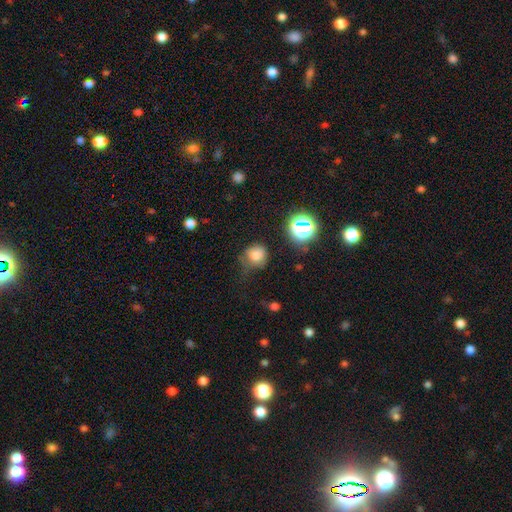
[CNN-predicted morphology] type=smooth (74%); roundness=round (80%); merging=none (54%).